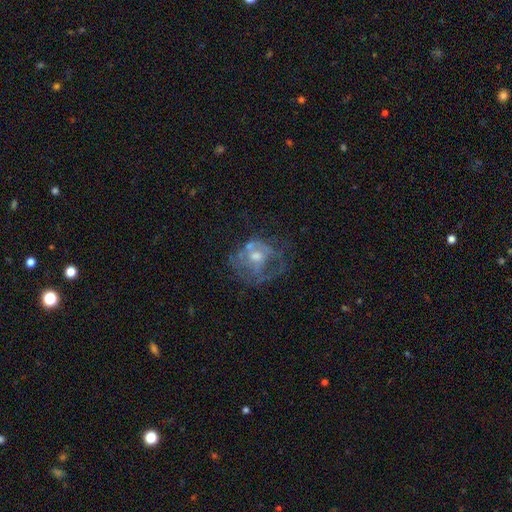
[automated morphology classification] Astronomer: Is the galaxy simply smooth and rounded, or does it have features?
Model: featured or disk — 65%.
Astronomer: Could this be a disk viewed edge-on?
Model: no — 97%.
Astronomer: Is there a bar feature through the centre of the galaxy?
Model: no — 73%.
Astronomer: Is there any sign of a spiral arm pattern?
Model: no — 61% (runner-up: yes, 39%).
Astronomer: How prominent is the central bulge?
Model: moderate — 59%.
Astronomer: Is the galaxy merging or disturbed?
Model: none — 42% (runner-up: major disturbance, 31%).